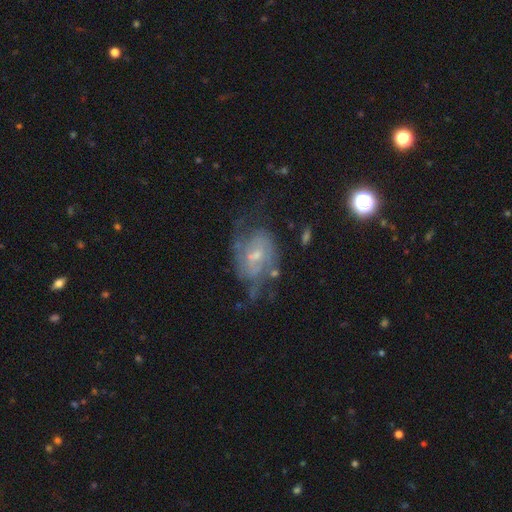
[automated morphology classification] smooth-or-featured: featured or disk: 76% | smooth: 16% | star or artifact: 8%
  disk-edge-on: no: 97% | yes: 3%
    bar: weak: 47% | no: 45% | strong: 8%
    has-spiral-arms: yes: 83% | no: 17%
      spiral-winding: medium: 44% | tight: 35% | loose: 21%
      spiral-arm-count: 2: 48% | can't tell: 33% | 3: 8% | 1: 5% | 4: 3% | more than 4: 3%
    bulge-size: small: 55% | moderate: 36% | none: 5% | large: 2% | dominant: 1%
  merging: none: 50% | minor disturbance: 23% | major disturbance: 22% | merger: 4%